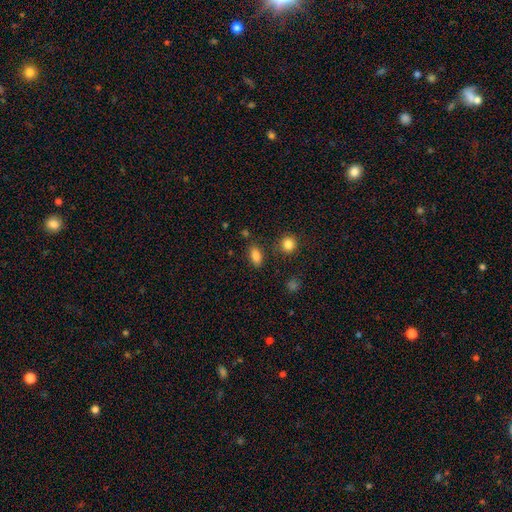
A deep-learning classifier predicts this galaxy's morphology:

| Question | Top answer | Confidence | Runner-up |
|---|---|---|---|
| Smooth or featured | smooth | 85% | star or artifact (10%) |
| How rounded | in between | 85% | round (9%) |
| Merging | none | 81% | minor disturbance (11%) |